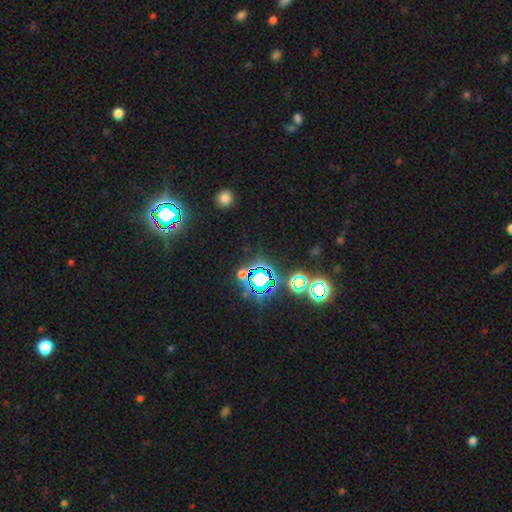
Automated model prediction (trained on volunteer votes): The model was most divided on "smooth or featured": star or artifact: 79%, smooth: 14%, featured or disk: 8%.